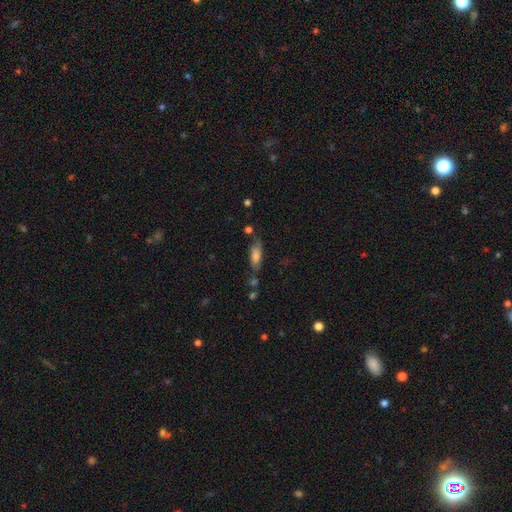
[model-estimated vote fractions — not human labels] This is likely a smooth galaxy (71%). How rounded: likely in between (61%). Merging: likely none (60%).